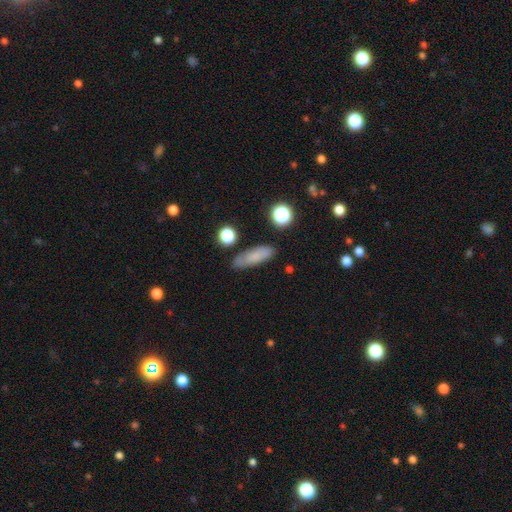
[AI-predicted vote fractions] Smooth or featured? Predicted: smooth (p=0.72). How rounded? Predicted: in between (p=0.49). Merging? Predicted: none (p=0.76).